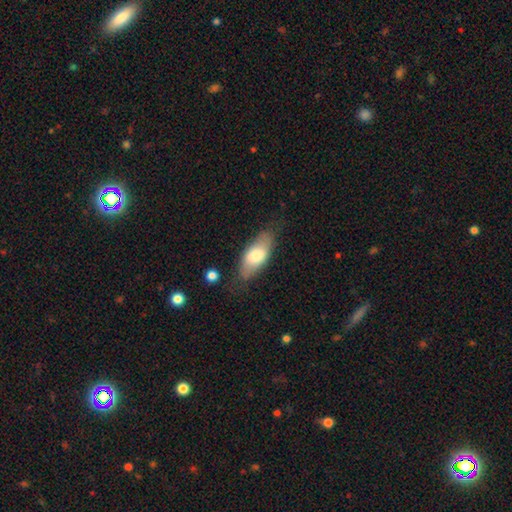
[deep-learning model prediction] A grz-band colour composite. It shows a smooth galaxy with no disk features (71%) that is in between round and cigar-shaped (82%). Merging: none (70%).